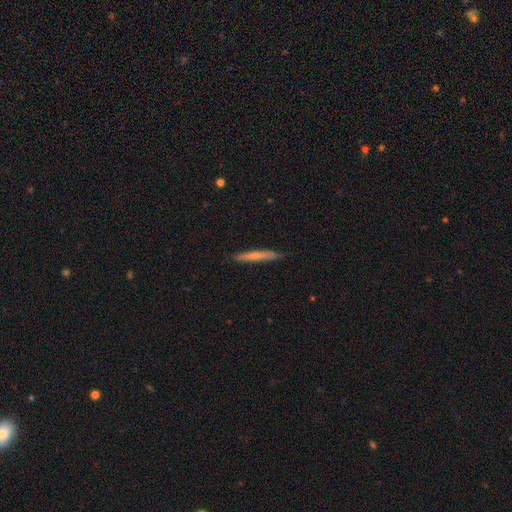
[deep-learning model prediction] Morphology: type=smooth (55%); roundness=cigar-shaped (95%); merging=none (87%).